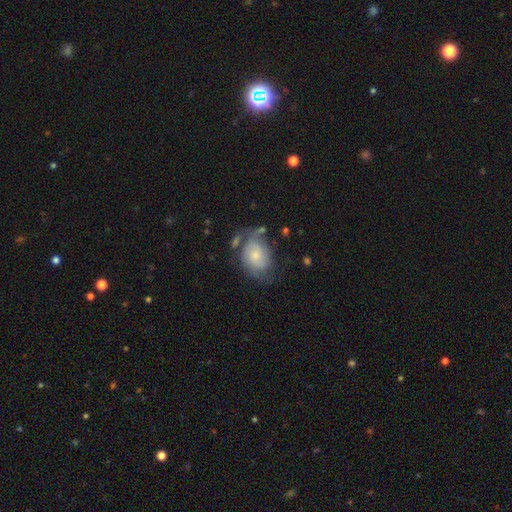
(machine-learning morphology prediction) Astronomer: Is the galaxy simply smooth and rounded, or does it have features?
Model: featured or disk — 52% (runner-up: smooth, 40%).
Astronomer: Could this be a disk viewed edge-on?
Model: no — 97%.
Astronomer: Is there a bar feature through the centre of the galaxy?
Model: no — 76%.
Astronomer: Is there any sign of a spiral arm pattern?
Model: yes — 80%.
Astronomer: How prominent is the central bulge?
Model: small — 54% (runner-up: moderate, 33%).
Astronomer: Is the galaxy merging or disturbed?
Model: none — 46% (runner-up: minor disturbance, 27%).